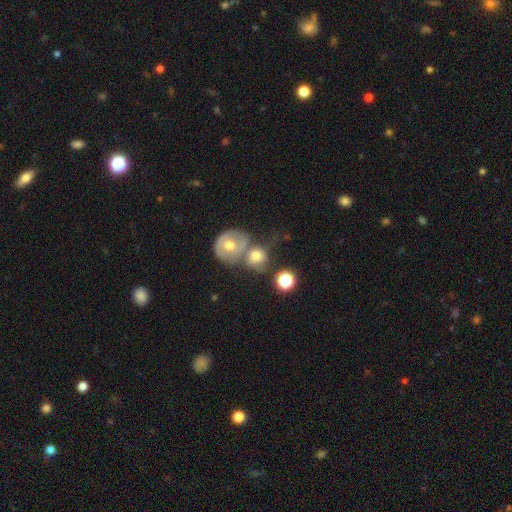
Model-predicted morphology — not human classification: Smooth or featured? Predicted: smooth (p=0.46). Merging? Predicted: none (p=0.46).